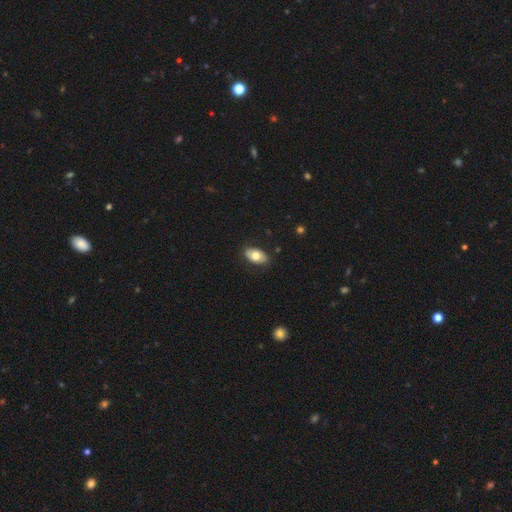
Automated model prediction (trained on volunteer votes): Overall: smooth (73%). How rounded: in between (93%). Merging: none (85%).